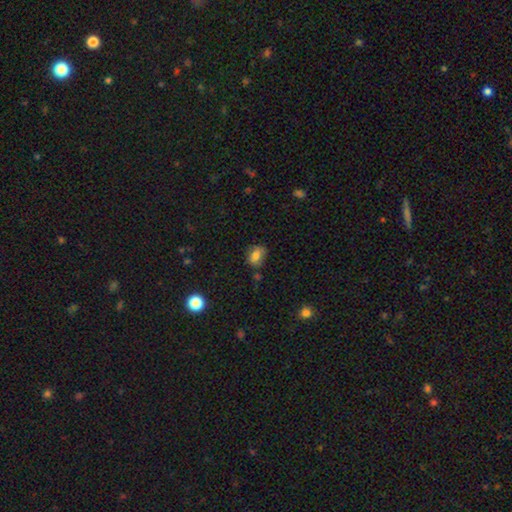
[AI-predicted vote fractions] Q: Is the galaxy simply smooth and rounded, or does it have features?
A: smooth — 76%.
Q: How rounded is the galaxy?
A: in between — 63%.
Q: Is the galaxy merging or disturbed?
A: none — 68%.